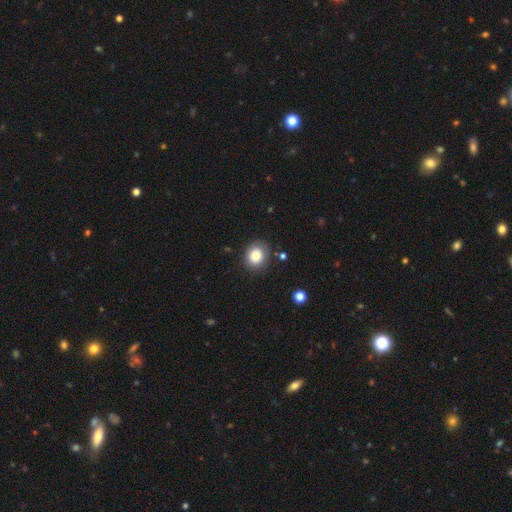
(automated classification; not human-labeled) This is clearly a smooth galaxy (82%). How rounded: likely round (72%). Merging: clearly none (83%).